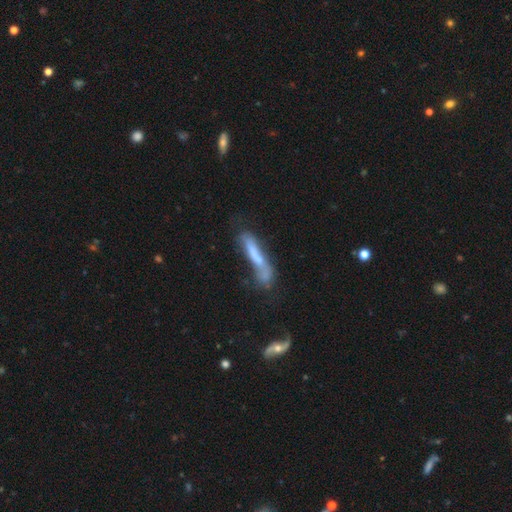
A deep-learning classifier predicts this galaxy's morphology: Smooth or featured? Predicted: smooth (p=0.48). Merging? Predicted: none (p=0.38).